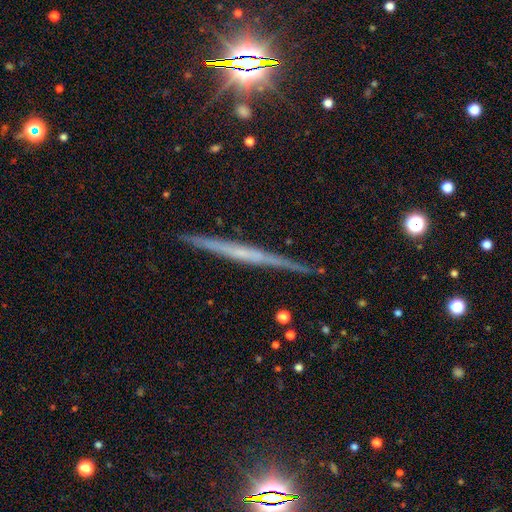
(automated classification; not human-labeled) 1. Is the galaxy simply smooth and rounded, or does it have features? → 67% featured or disk, 23% smooth, 10% star or artifact.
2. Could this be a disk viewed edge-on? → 98% yes, 2% no.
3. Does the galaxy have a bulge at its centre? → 74% none, 18% rounded, 9% boxy.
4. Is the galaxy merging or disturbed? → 89% none, 8% minor disturbance, 2% major disturbance, 1% merger.